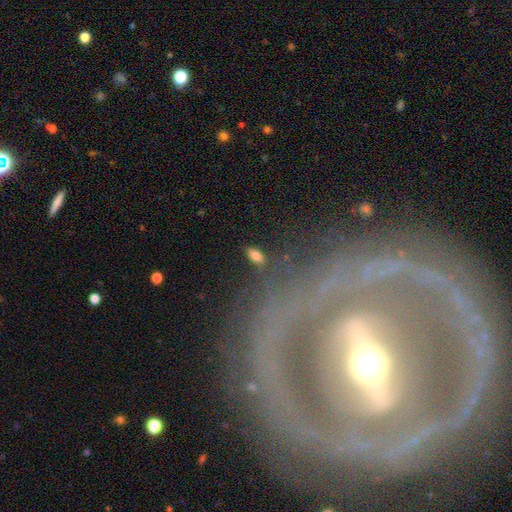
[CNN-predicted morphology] Smooth or featured? Predicted: smooth (p=0.77). How rounded? Predicted: in between (p=0.86). Merging? Predicted: none (p=0.81).